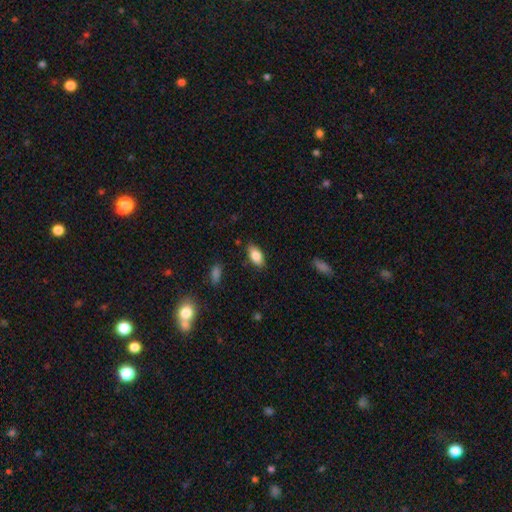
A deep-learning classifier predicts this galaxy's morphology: type=smooth (84%); roundness=in between (91%); merging=none (84%).